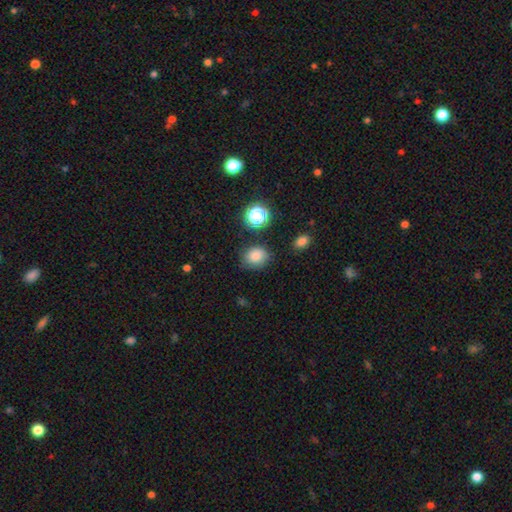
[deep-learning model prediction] smooth-or-featured: smooth: 80% | star or artifact: 14% | featured or disk: 7%
  how-rounded: round: 63% | in between: 36% | cigar-shaped: 1%
  merging: none: 75% | minor disturbance: 16% | major disturbance: 5% | merger: 3%